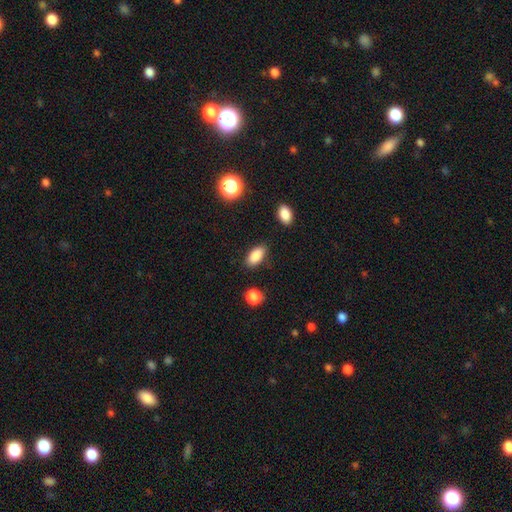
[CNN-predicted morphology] A smooth galaxy with no disk features (87%) that is in between round and cigar-shaped (89%).

Vote fractions:
- Smooth or featured? smooth: 87% / star or artifact: 8% / featured or disk: 5%
- How rounded? in between: 89% / cigar-shaped: 7% / round: 4%
- Merging? none: 85% / minor disturbance: 10% / major disturbance: 3% / merger: 2%